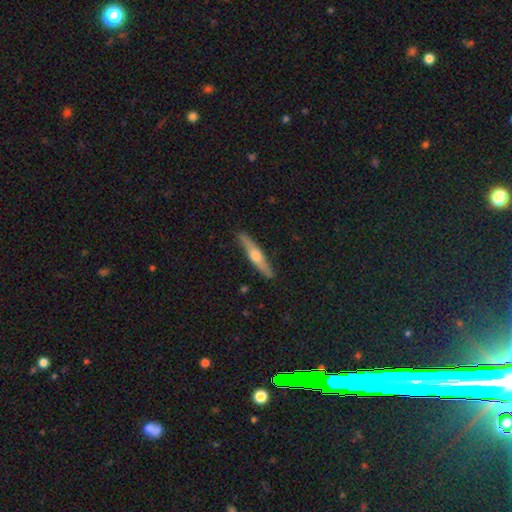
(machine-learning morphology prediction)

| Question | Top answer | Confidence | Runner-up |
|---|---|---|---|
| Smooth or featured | featured or disk | 53% | smooth (41%) |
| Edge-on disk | yes | 93% | no (7%) |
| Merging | none | 89% | minor disturbance (8%) |